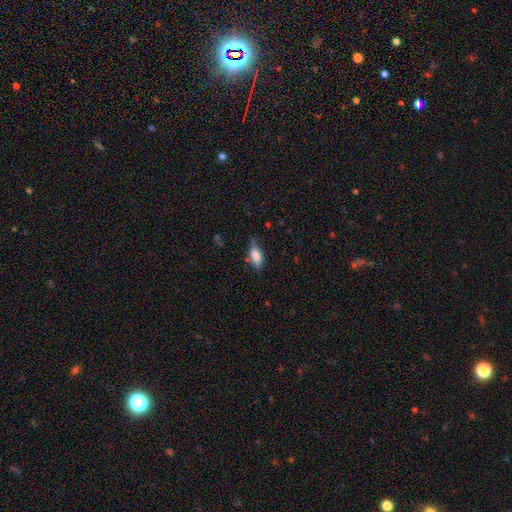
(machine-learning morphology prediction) smooth-or-featured: smooth: 74% | featured or disk: 18% | star or artifact: 8%
  how-rounded: in between: 78% | cigar-shaped: 19% | round: 3%
  merging: none: 66% | minor disturbance: 26% | major disturbance: 6% | merger: 2%